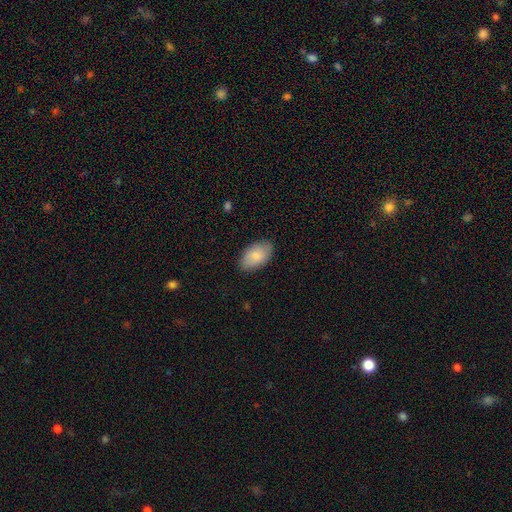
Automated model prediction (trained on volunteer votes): Smooth or featured? Predicted: smooth (p=0.83). How rounded? Predicted: in between (p=0.94). Merging? Predicted: none (p=0.84).